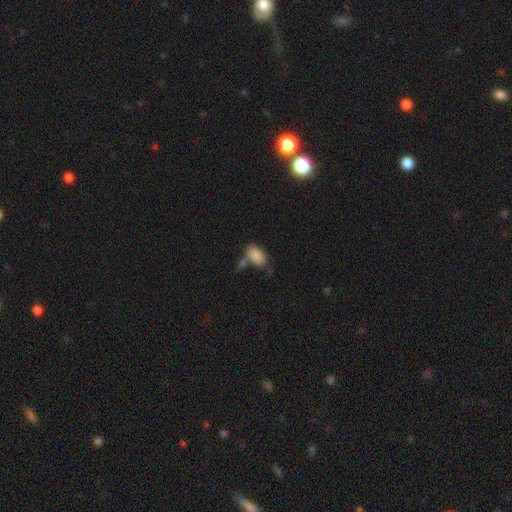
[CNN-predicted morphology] Smooth or featured? smooth (86%)
How rounded? in between (93%)
Merging? none (51%)